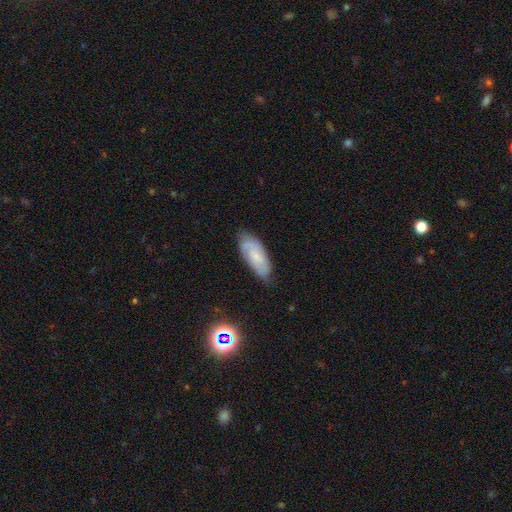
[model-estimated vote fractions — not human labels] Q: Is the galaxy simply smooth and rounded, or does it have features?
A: featured or disk — 46%.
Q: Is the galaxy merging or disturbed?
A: none — 70%.